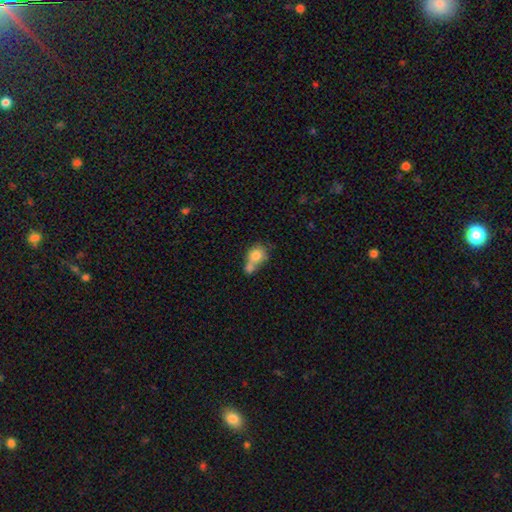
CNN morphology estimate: A smooth galaxy with no disk features (75%) that is round (63%). Merging: merger (61%).